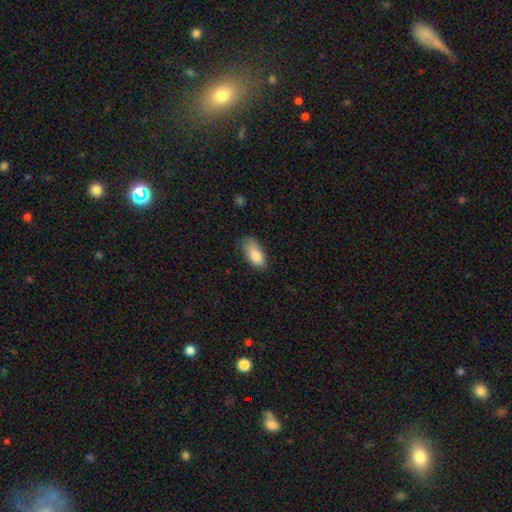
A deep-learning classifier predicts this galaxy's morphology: Smooth or featured?
  - smooth: 83% *
  - featured or disk: 10%
  - star or artifact: 7%
How rounded?
  - in between: 89% *
  - cigar-shaped: 8%
  - round: 3%
Merging?
  - none: 59% *
  - minor disturbance: 31%
  - major disturbance: 8%
  - merger: 2%